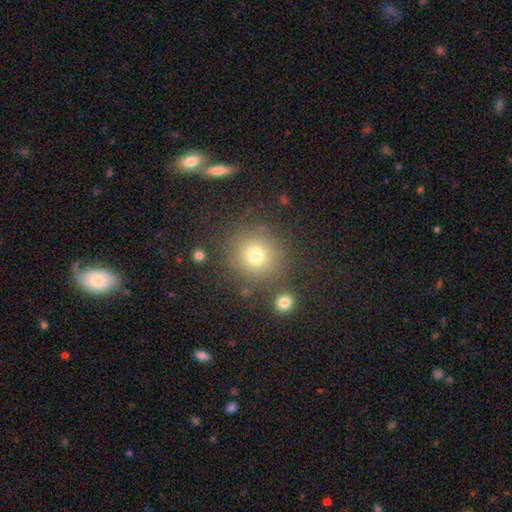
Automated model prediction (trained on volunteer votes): Q: Smooth or featured?
A: smooth (74%); runner-up: star or artifact (16%)
Q: How rounded?
A: round (90%); runner-up: in between (9%)
Q: Merging?
A: none (83%); runner-up: minor disturbance (8%)